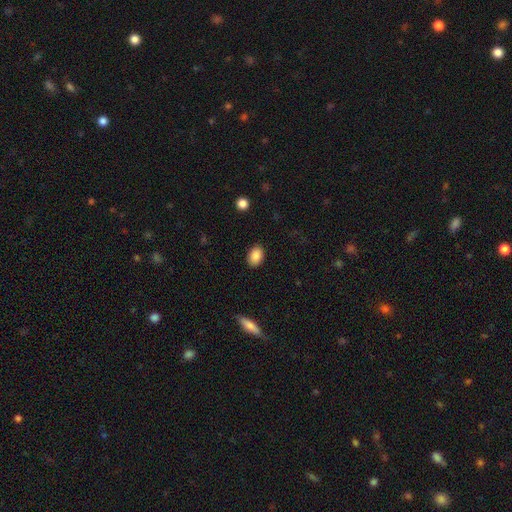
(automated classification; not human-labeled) Smooth or featured?
  - smooth: 89% *
  - star or artifact: 8%
  - featured or disk: 4%
How rounded?
  - in between: 82% *
  - round: 17%
  - cigar-shaped: 1%
Merging?
  - none: 88% *
  - minor disturbance: 8%
  - major disturbance: 2%
  - merger: 1%